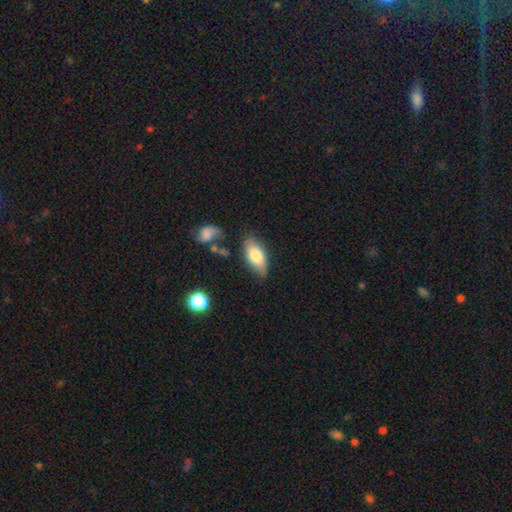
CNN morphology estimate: This is likely a smooth galaxy (75%). How rounded: clearly in between (87%). Merging: likely none (69%).